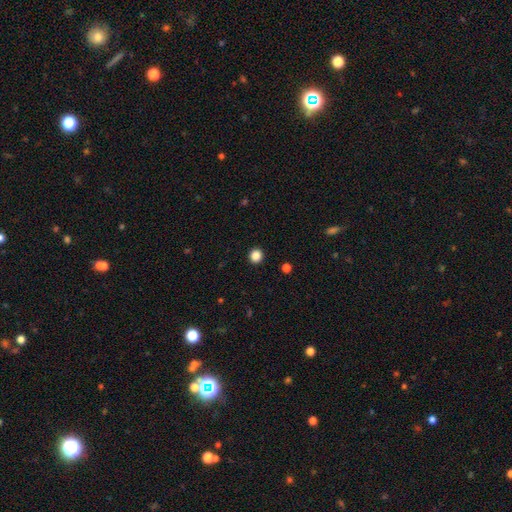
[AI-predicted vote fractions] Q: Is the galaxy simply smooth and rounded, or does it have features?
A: smooth — 86%.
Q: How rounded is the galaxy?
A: round — 92%.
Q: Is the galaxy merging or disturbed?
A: none — 93%.